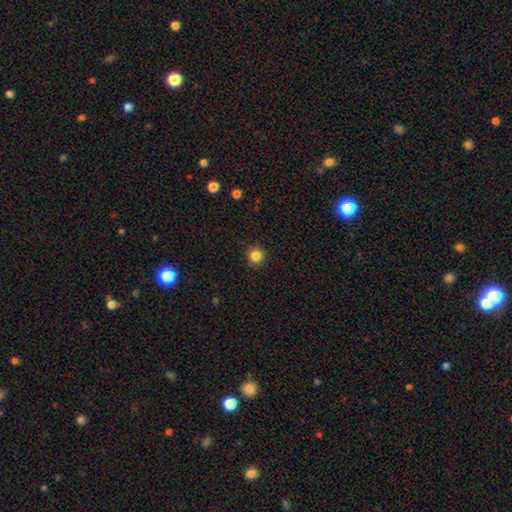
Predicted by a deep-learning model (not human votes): Smooth or featured?
  - smooth: 84% *
  - star or artifact: 11%
  - featured or disk: 4%
How rounded?
  - round: 93% *
  - in between: 6%
  - cigar-shaped: 1%
Merging?
  - none: 91% *
  - minor disturbance: 7%
  - major disturbance: 2%
  - merger: 1%